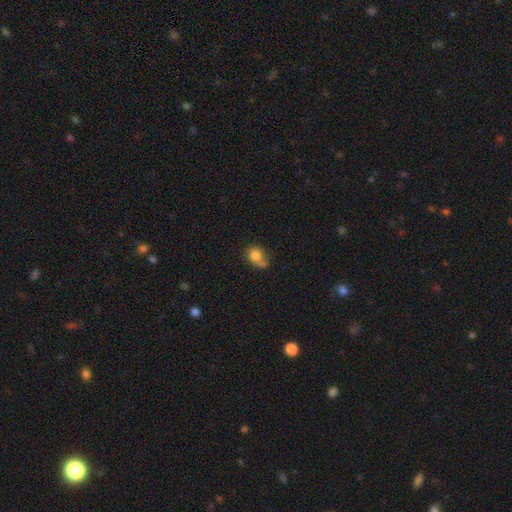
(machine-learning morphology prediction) Smooth or featured?
  - smooth: 79% *
  - featured or disk: 11%
  - star or artifact: 10%
How rounded?
  - round: 66% *
  - in between: 33%
  - cigar-shaped: 1%
Merging?
  - none: 40% *
  - minor disturbance: 24%
  - merger: 21%
  - major disturbance: 15%